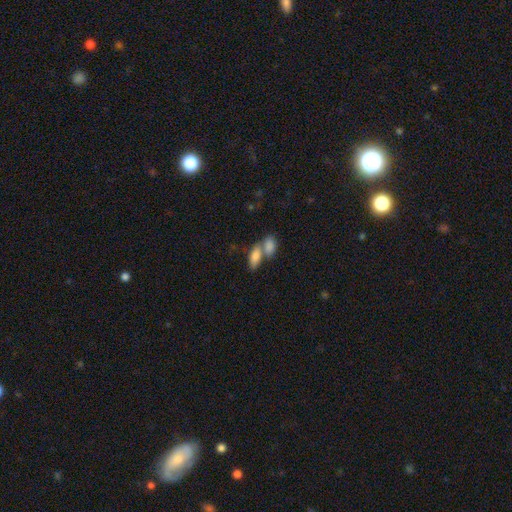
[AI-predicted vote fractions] smooth-or-featured: smooth: 82% | featured or disk: 11% | star or artifact: 7%
  how-rounded: in between: 88% | cigar-shaped: 7% | round: 4%
  merging: merger: 62% | none: 27% | minor disturbance: 8% | major disturbance: 4%